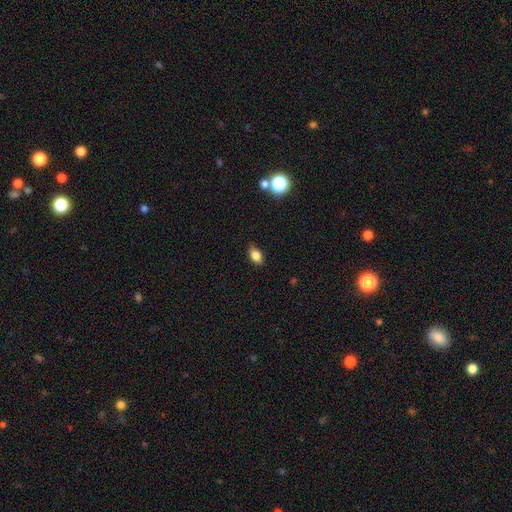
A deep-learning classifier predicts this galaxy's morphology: Q: Smooth or featured?
A: smooth (80%); runner-up: featured or disk (10%)
Q: How rounded?
A: in between (84%); runner-up: round (11%)
Q: Merging?
A: none (81%); runner-up: minor disturbance (15%)